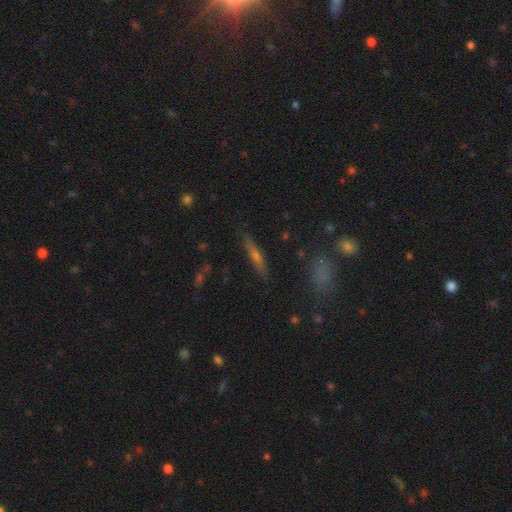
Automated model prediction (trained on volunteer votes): This is possibly a featured or disk galaxy (46%). Merging: clearly none (86%).